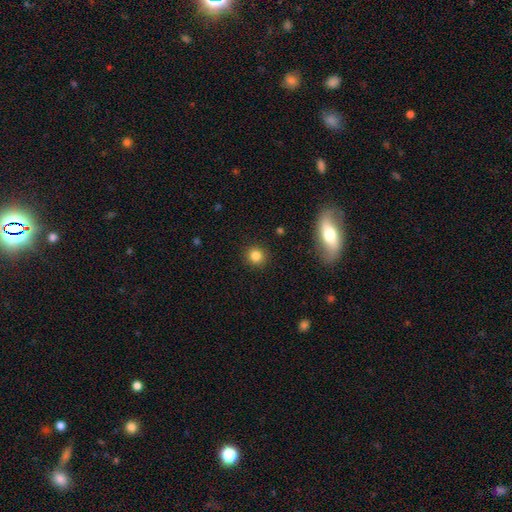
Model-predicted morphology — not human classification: Smooth or featured?
  - smooth: 84% *
  - star or artifact: 11%
  - featured or disk: 5%
How rounded?
  - round: 90% *
  - in between: 9%
  - cigar-shaped: 1%
Merging?
  - none: 91% *
  - minor disturbance: 6%
  - major disturbance: 2%
  - merger: 1%